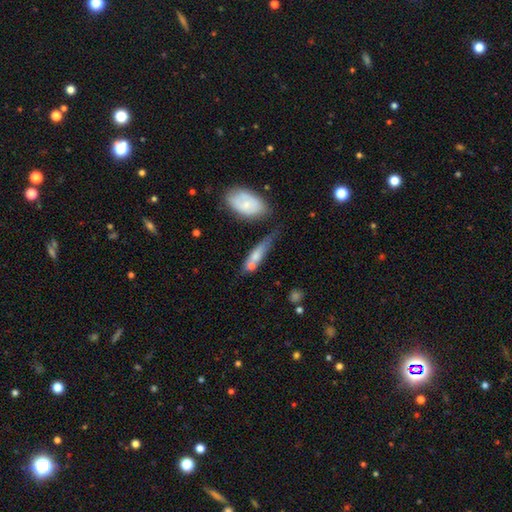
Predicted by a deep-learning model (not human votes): smooth 62%, featured or disk 30%, star or artifact 8%. Down the decision tree: how rounded — cigar-shaped (57%); merging — none (41%).